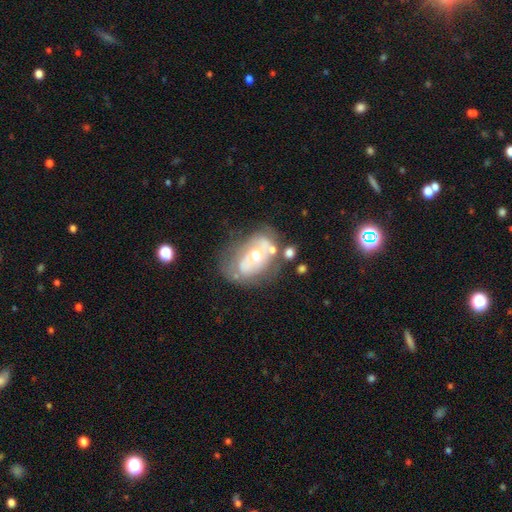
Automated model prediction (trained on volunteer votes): Morphology: type=featured or disk (68%); edge-on=no (95%); bar=no (73%); spiral arms=no (51%); bulge=moderate (66%); merging=none (47%).